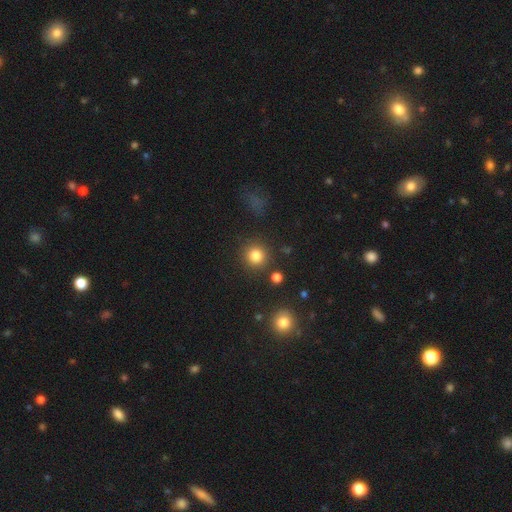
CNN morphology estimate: A smooth galaxy with no disk features (83%) that is round (93%).

Vote fractions:
- Smooth or featured? smooth: 83% / star or artifact: 12% / featured or disk: 5%
- How rounded? round: 93% / in between: 6% / cigar-shaped: 1%
- Merging? none: 86% / minor disturbance: 7% / merger: 4% / major disturbance: 3%